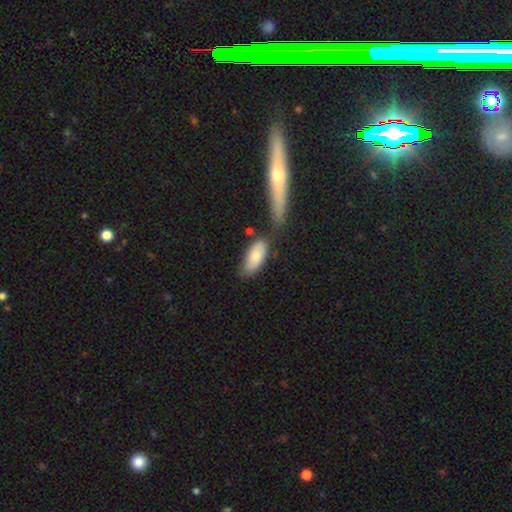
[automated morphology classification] smooth_or_featured: smooth (p=0.77) [alt: featured or disk p=0.17]
how_rounded: in between (p=0.86) [alt: cigar-shaped p=0.12]
merging: none (p=0.65) [alt: minor disturbance p=0.17]